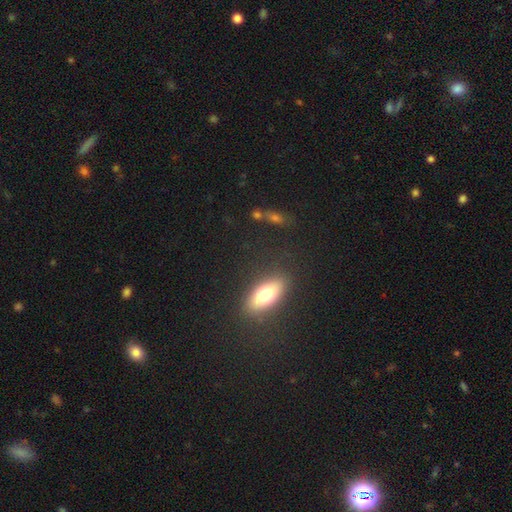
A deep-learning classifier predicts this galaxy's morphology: type=smooth (62%); roundness=in between (68%); merging=none (84%).